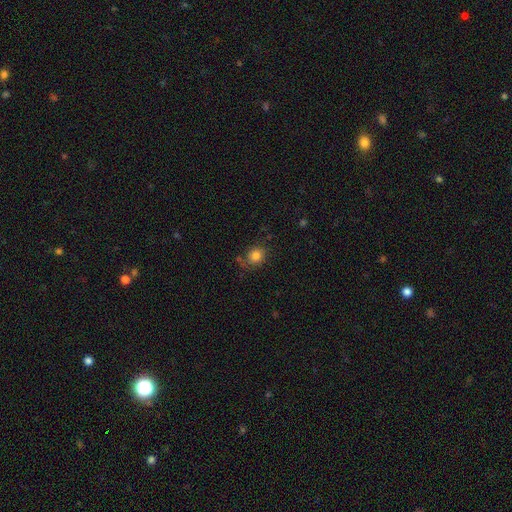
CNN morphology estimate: Overall: smooth (81%). How rounded: round (72%). Merging: none (71%).